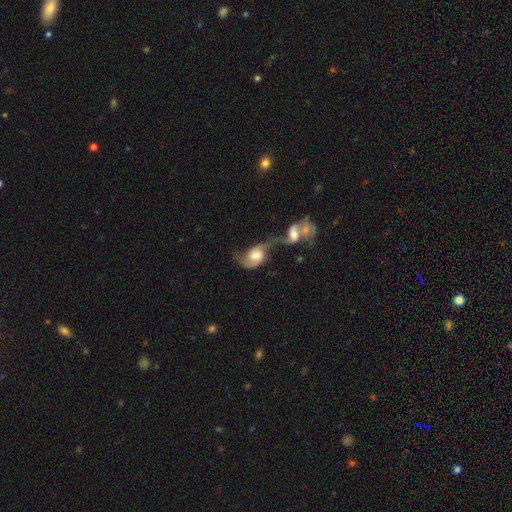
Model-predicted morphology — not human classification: Smooth or featured? featured or disk (62%)
Edge-on disk? no (96%)
Bar? no (64%)
Spiral arms? yes (85%)
Spiral winding? loose (55%)
Spiral arm count? 2 (69%)
Bulge size? moderate (62%)
Merging? merger (75%)